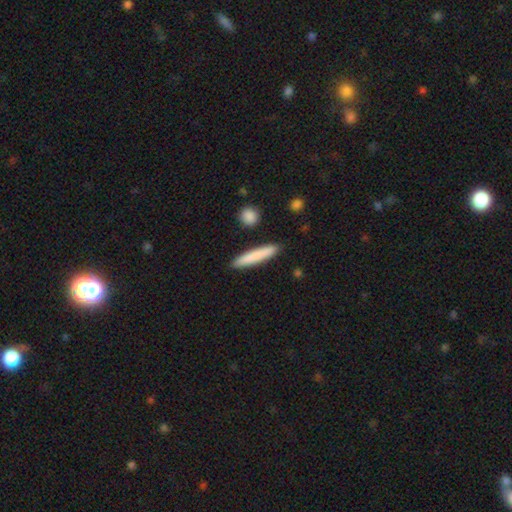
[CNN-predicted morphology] Smooth or featured? smooth (80%)
How rounded? cigar-shaped (92%)
Merging? none (90%)